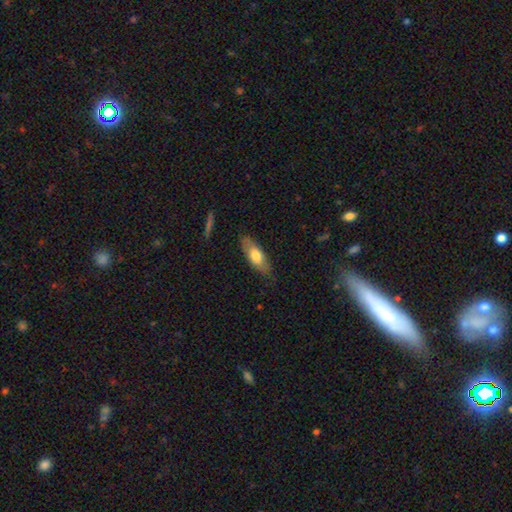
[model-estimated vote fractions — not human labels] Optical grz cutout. It shows a smooth galaxy with no disk features (67%) that is in between round and cigar-shaped (70%). Merging: none (78%).